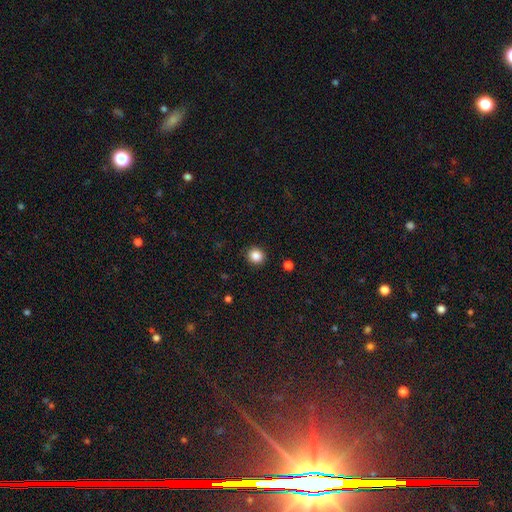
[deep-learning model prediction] Q: Smooth or featured?
A: smooth (86%); runner-up: star or artifact (10%)
Q: How rounded?
A: round (88%); runner-up: in between (11%)
Q: Merging?
A: none (91%); runner-up: minor disturbance (6%)